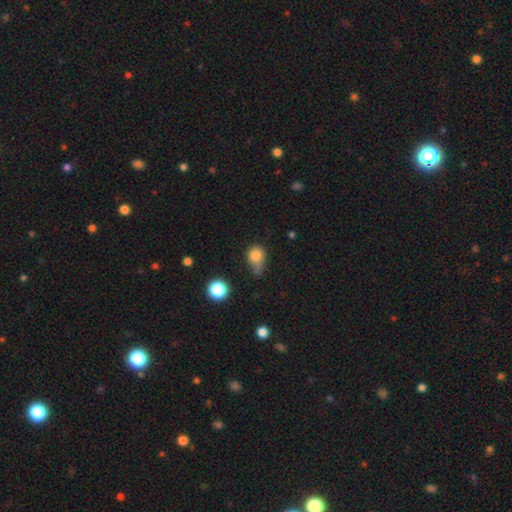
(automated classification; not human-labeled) This is likely a smooth galaxy (79%). How rounded: likely round (67%). Merging: marginally minor disturbance (36%).